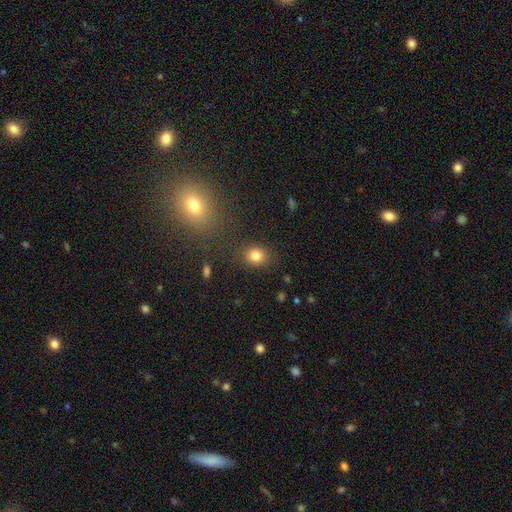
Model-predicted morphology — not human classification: This appears to be a smooth galaxy with no disk features (81%) that is round (66%). Merging: none (84%).